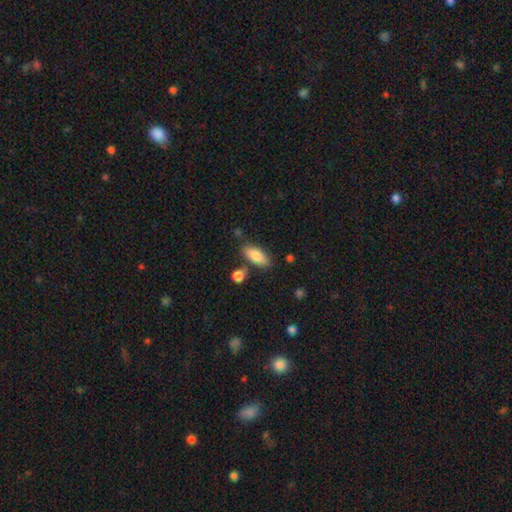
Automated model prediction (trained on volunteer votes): Overall: smooth (83%). How rounded: in between (79%). Merging: none (76%).